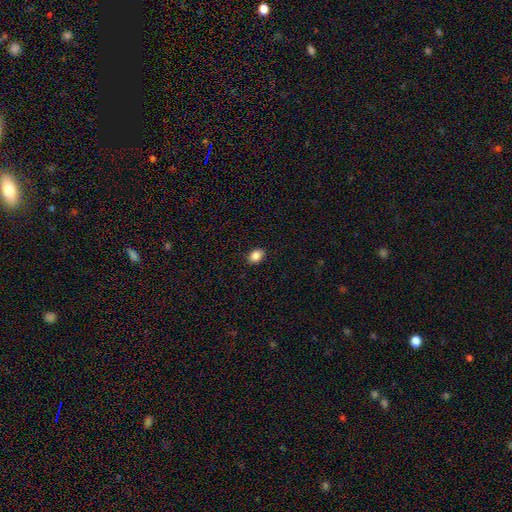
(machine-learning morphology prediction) smooth 88%, star or artifact 9%, featured or disk 4%. Down the decision tree: how rounded — in between (72%); merging — none (88%).